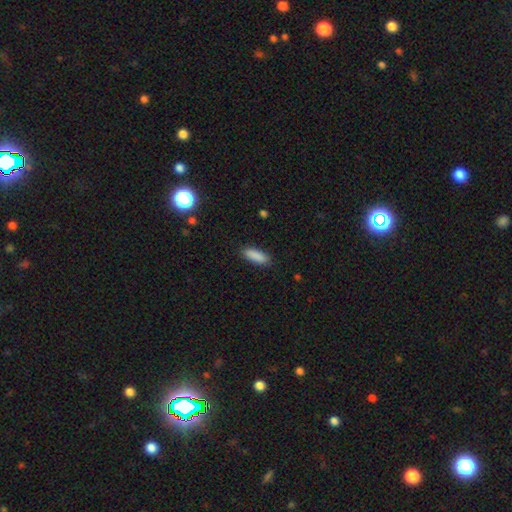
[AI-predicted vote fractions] A smooth galaxy with no disk features (89%) that is in between round and cigar-shaped (61%).

Vote fractions:
- Smooth or featured? smooth: 89% / star or artifact: 7% / featured or disk: 4%
- How rounded? in between: 61% / cigar-shaped: 38% / round: 2%
- Merging? none: 88% / minor disturbance: 9% / major disturbance: 2% / merger: 1%